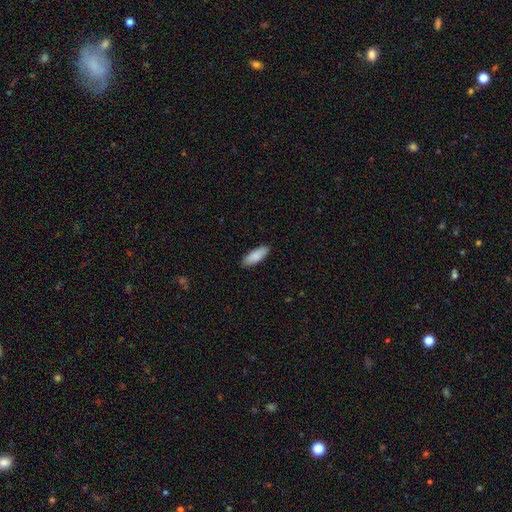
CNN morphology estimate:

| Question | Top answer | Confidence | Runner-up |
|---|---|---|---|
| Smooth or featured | smooth | 88% | featured or disk (7%) |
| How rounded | in between | 66% | cigar-shaped (33%) |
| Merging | none | 89% | minor disturbance (9%) |